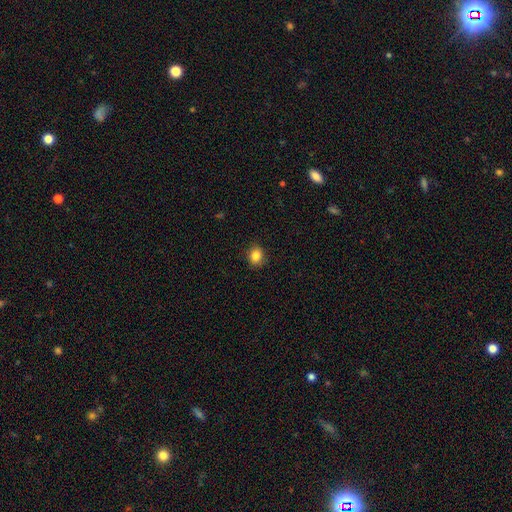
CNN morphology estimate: Overall: smooth (86%). How rounded: round (61%; in between 38%). Merging: none (86%).